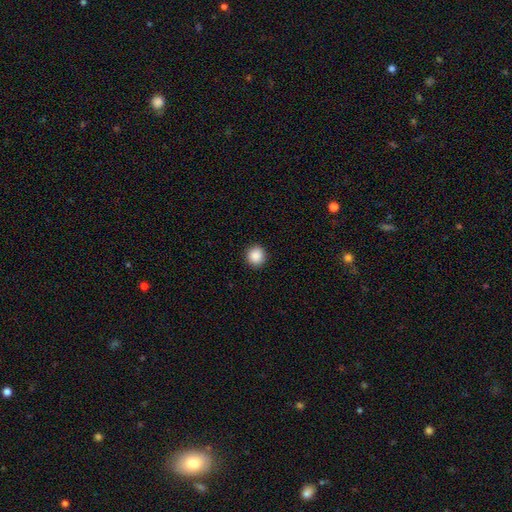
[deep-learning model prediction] This is clearly a smooth galaxy (88%). How rounded: clearly round (93%). Merging: clearly none (92%).